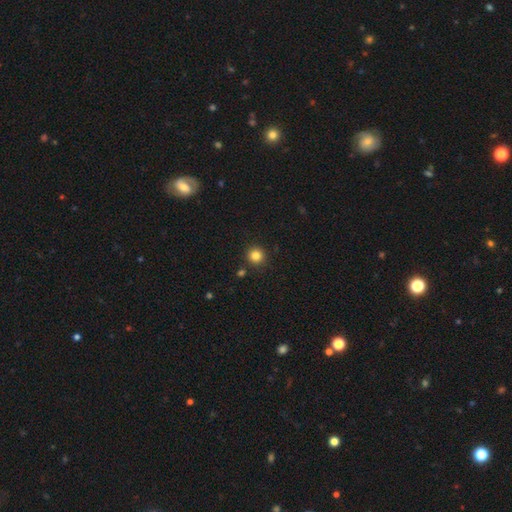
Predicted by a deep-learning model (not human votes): smooth-or-featured: smooth: 83% | star or artifact: 12% | featured or disk: 5%
  how-rounded: round: 94% | in between: 5% | cigar-shaped: 1%
  merging: none: 89% | minor disturbance: 6% | merger: 3% | major disturbance: 2%